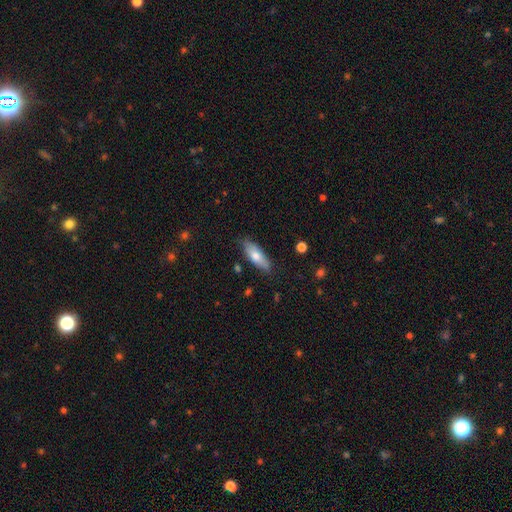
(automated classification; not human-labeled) This is likely a smooth galaxy (70%). How rounded: likely in between (62%). Merging: likely none (79%).